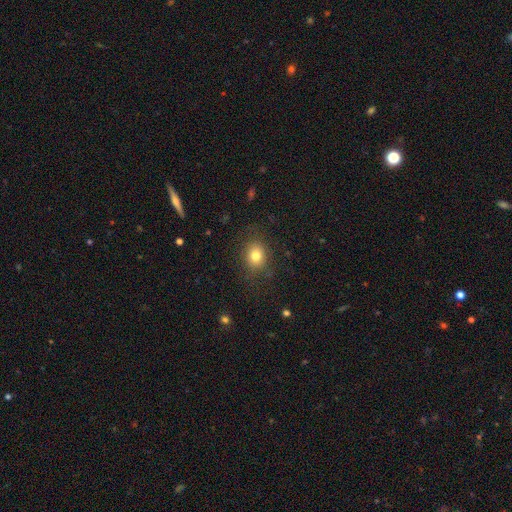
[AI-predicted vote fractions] This is likely a smooth galaxy (80%). How rounded: possibly round (51%). Merging: clearly none (82%).